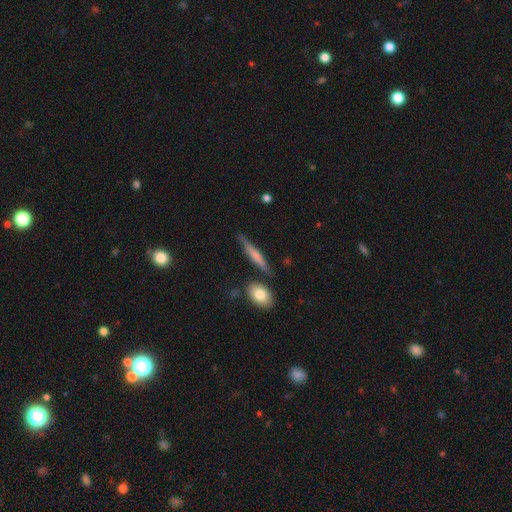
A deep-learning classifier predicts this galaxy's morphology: smooth-or-featured: smooth: 51% | featured or disk: 43% | star or artifact: 6%
  how-rounded: cigar-shaped: 88% | in between: 9% | round: 3%
  merging: none: 76% | minor disturbance: 15% | merger: 5% | major disturbance: 4%